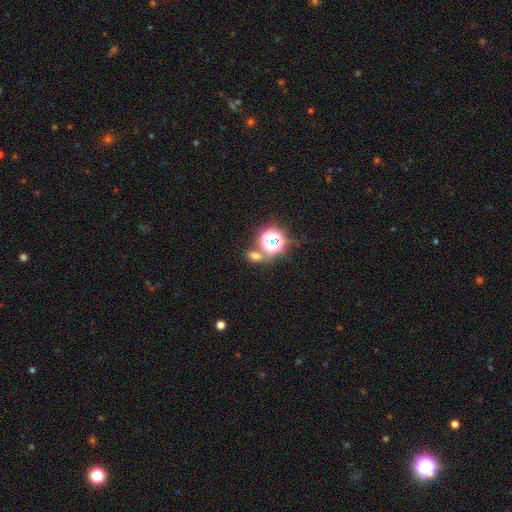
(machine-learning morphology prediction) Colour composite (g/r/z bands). It shows a smooth galaxy with no disk features (54%) that is in between round and cigar-shaped (58%). Merging: none (64%).